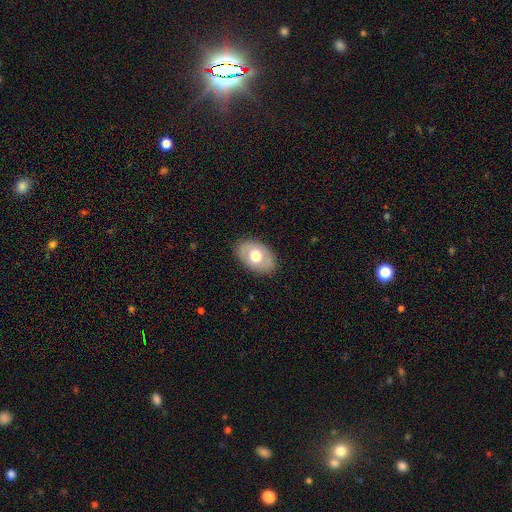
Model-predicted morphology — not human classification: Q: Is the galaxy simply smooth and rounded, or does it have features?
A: smooth — 60%.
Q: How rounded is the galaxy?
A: in between — 84%.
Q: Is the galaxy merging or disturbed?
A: none — 84%.